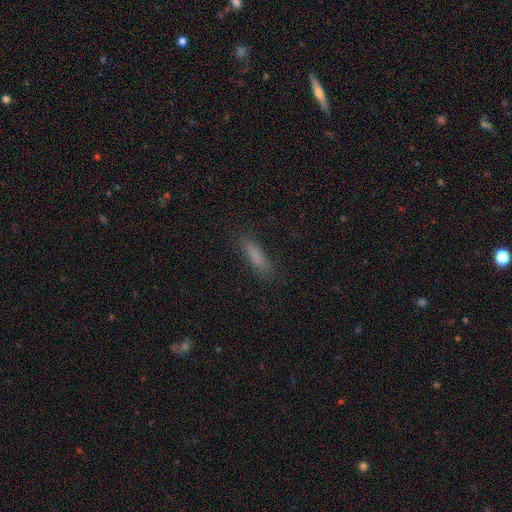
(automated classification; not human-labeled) smooth 79%, featured or disk 11%, star or artifact 10%. Down the decision tree: how rounded — cigar-shaped (77%); merging — none (84%).